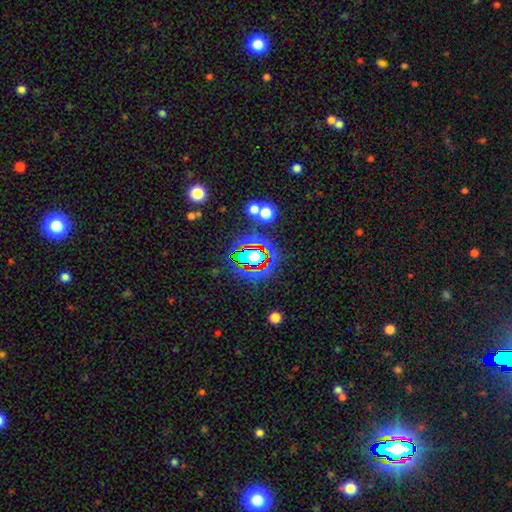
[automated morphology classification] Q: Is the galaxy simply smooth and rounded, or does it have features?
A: star or artifact — 58%.